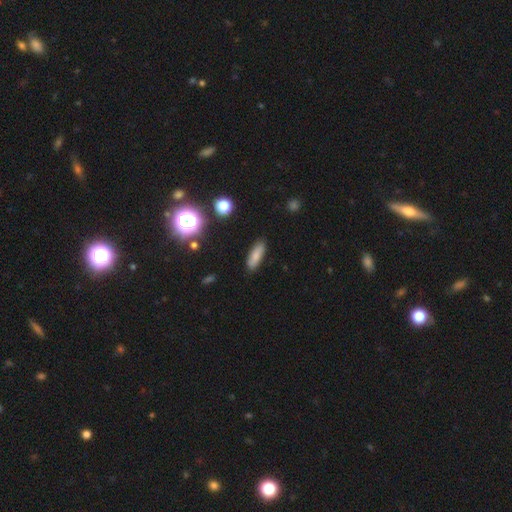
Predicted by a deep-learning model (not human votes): Morphology: type=smooth (78%); roundness=in between (53%); merging=none (85%).